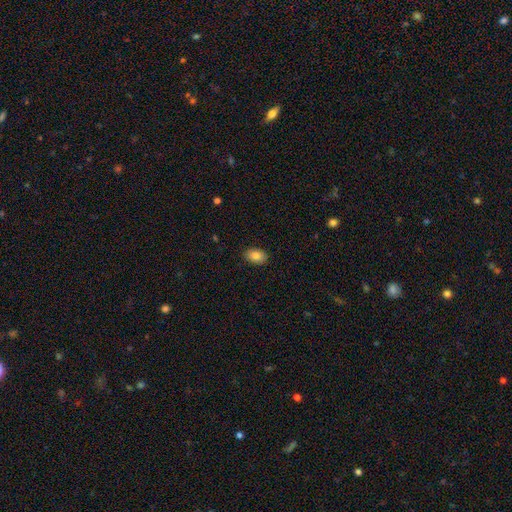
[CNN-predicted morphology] Overall: smooth (84%). How rounded: in between (88%). Merging: none (89%).